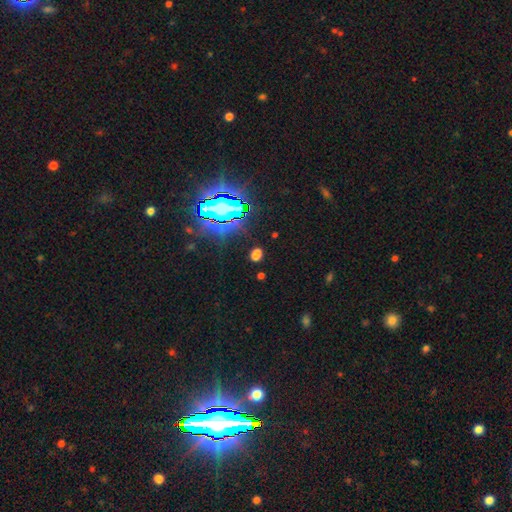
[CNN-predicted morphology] This is possibly a smooth galaxy (50%). Merging: clearly none (81%).